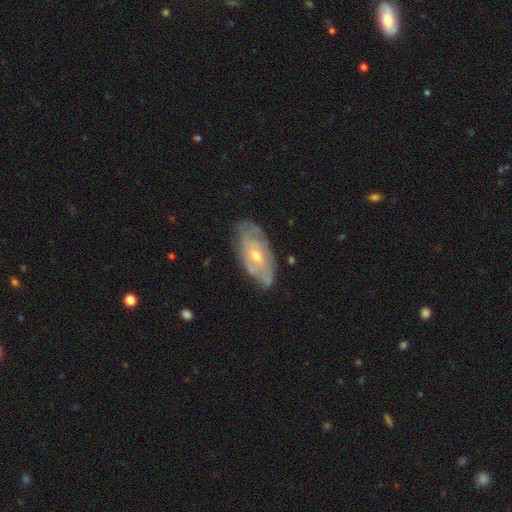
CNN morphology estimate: A featured or disk galaxy (69%) with no bar (66%), spiral arms (69%) and a moderate central bulge (51%). Merging: none (70%).